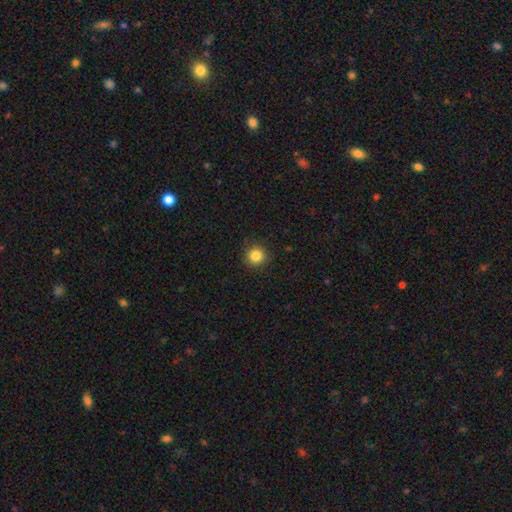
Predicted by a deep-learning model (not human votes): The model was most divided on "smooth or featured": smooth: 85%, star or artifact: 11%, featured or disk: 4%. More confident: how rounded — round (94%); merging — none (90%).